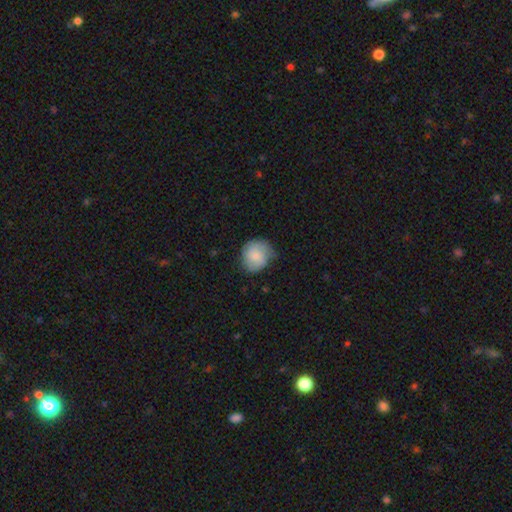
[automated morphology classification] Q: Smooth or featured?
A: smooth (53%); runner-up: featured or disk (40%)
Q: How rounded?
A: round (82%); runner-up: in between (17%)
Q: Merging?
A: none (66%); runner-up: minor disturbance (26%)